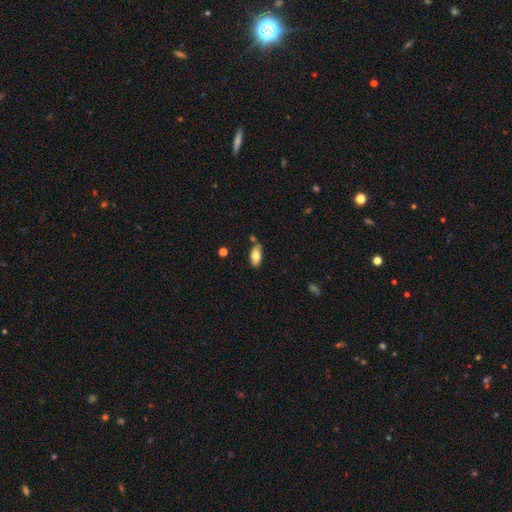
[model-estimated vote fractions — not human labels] A smooth galaxy with no disk features (74%) that is in between round and cigar-shaped (88%). Merging: none (75%).